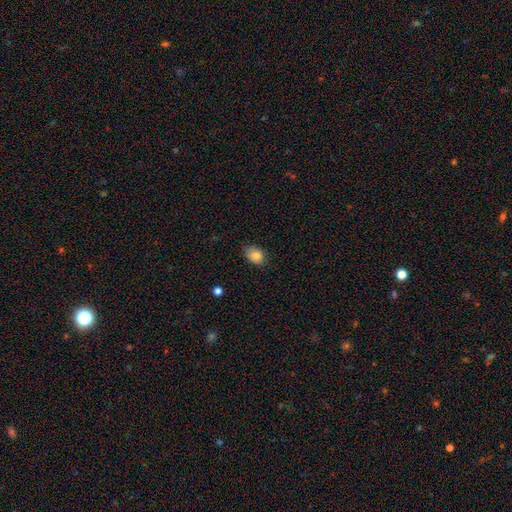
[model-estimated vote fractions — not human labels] Morphology: type=smooth (84%); roundness=in between (70%); merging=none (69%).